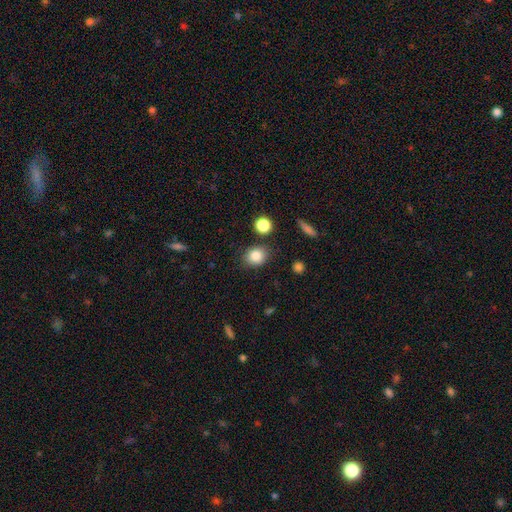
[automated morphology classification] Smooth or featured: smooth — 84% (star or artifact — 10%)
How rounded: round — 61% (in between — 38%)
Merging: none — 82% (minor disturbance — 11%)